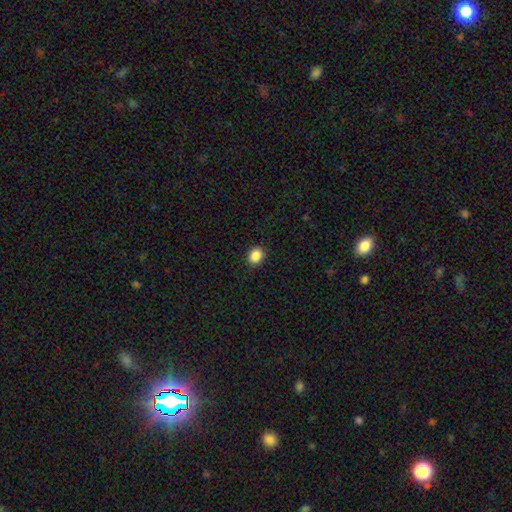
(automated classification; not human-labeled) The model was most divided on "how rounded": round: 61%, in between: 38%, cigar-shaped: 1%. More confident: merging — none (91%); smooth or featured — smooth (87%).